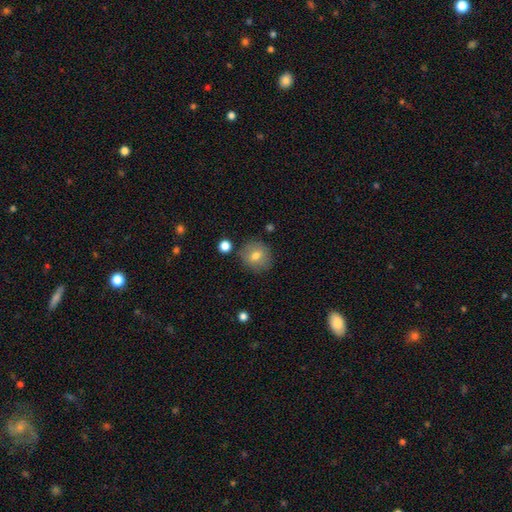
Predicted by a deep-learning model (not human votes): Overall: smooth (74%). How rounded: round (87%). Merging: none (83%).